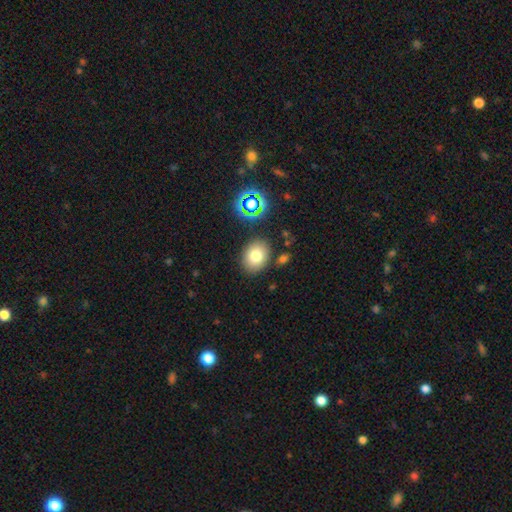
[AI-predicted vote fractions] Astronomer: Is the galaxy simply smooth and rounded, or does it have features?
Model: smooth — 77%.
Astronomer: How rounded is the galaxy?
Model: in between — 55% (runner-up: round, 44%).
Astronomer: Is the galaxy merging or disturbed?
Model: none — 83%.